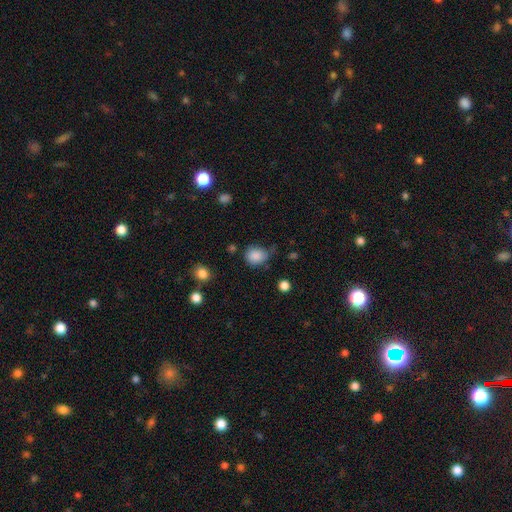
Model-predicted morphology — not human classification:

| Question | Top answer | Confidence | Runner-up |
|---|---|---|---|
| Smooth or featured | smooth | 86% | star or artifact (10%) |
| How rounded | round | 70% | in between (29%) |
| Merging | none | 60% | minor disturbance (28%) |